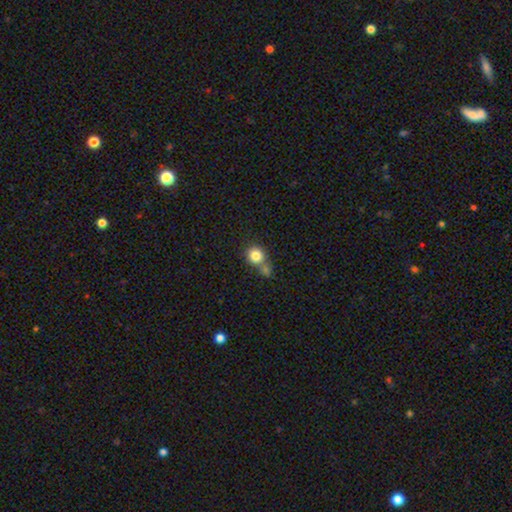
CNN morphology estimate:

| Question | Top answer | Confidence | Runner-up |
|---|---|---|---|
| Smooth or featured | smooth | 82% | star or artifact (10%) |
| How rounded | round | 86% | in between (13%) |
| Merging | none | 46% | merger (40%) |